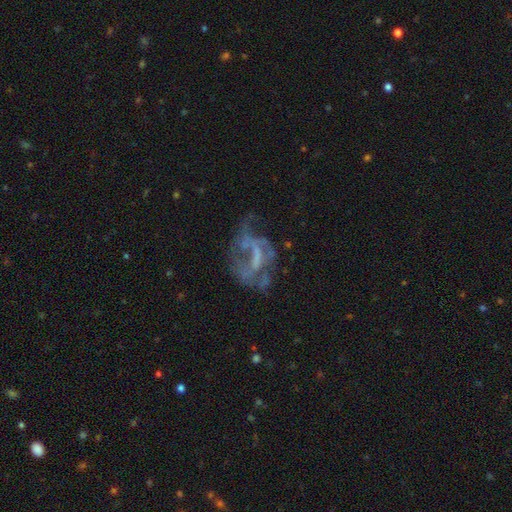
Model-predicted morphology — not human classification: A featured or disk galaxy (72%) with no bar (39%), spiral arms (53%) and no central bulge (60%). Merging: major disturbance (41%).